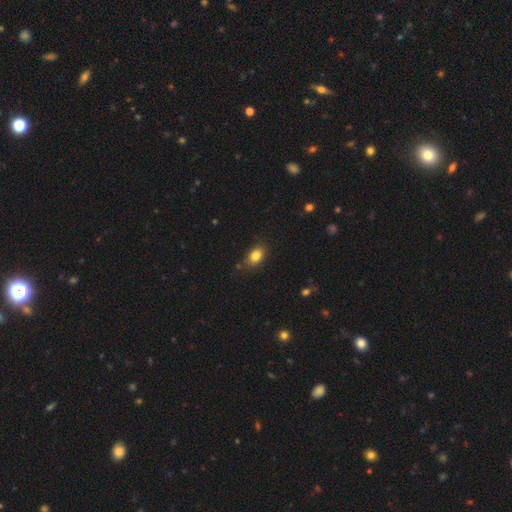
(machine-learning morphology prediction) Smooth or featured? Predicted: smooth (p=0.83). How rounded? Predicted: in between (p=0.76). Merging? Predicted: none (p=0.77).